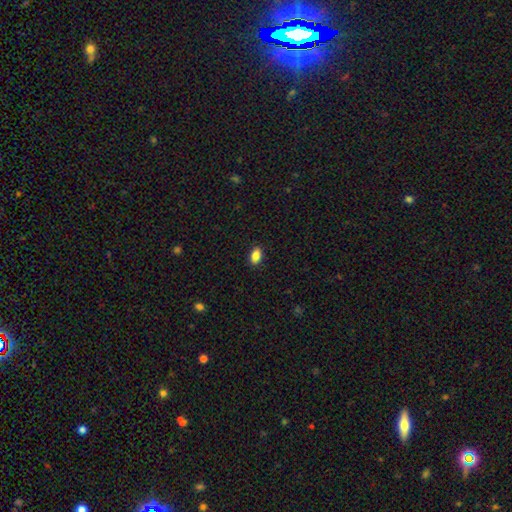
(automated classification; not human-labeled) Smooth or featured: smooth — 86% (star or artifact — 9%)
How rounded: in between — 88% (round — 10%)
Merging: none — 90% (minor disturbance — 8%)